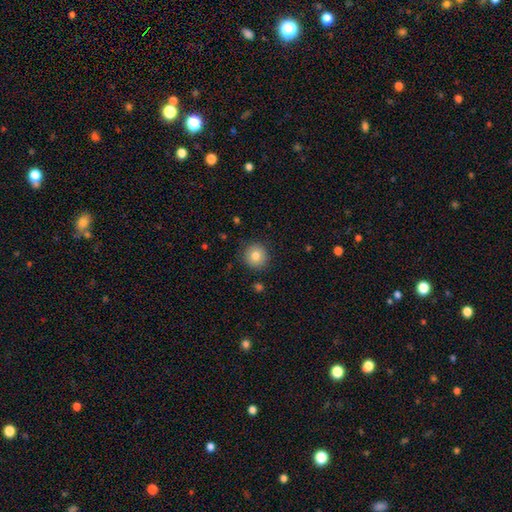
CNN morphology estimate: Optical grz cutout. It shows a smooth galaxy with no disk features (80%) that is round (94%). Merging: none (89%).